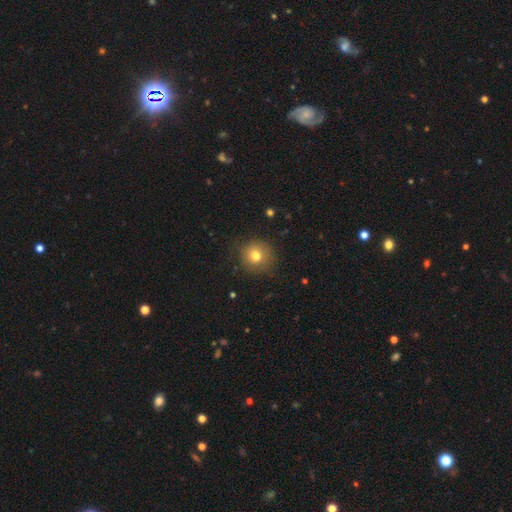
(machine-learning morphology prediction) Smooth or featured? Predicted: smooth (p=0.77). How rounded? Predicted: round (p=0.90). Merging? Predicted: none (p=0.83).